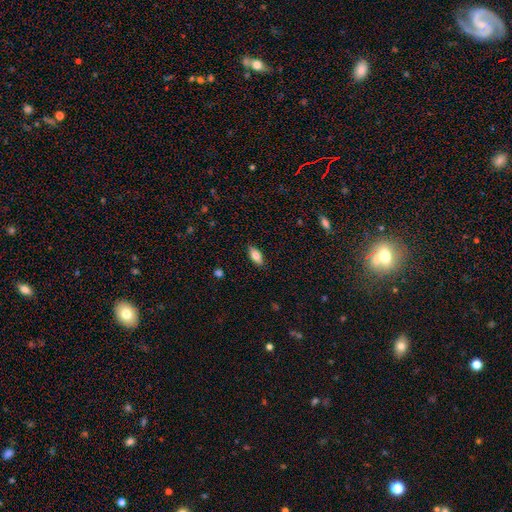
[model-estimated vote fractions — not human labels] Smooth or featured?
  - smooth: 81% *
  - featured or disk: 12%
  - star or artifact: 7%
How rounded?
  - in between: 86% *
  - cigar-shaped: 12%
  - round: 3%
Merging?
  - none: 87% *
  - minor disturbance: 10%
  - major disturbance: 2%
  - merger: 1%